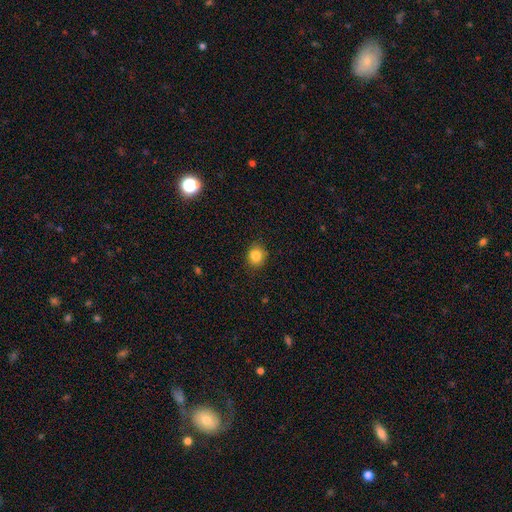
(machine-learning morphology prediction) smooth 85%, star or artifact 10%, featured or disk 5%. Down the decision tree: how rounded — round (71%); merging — none (85%).